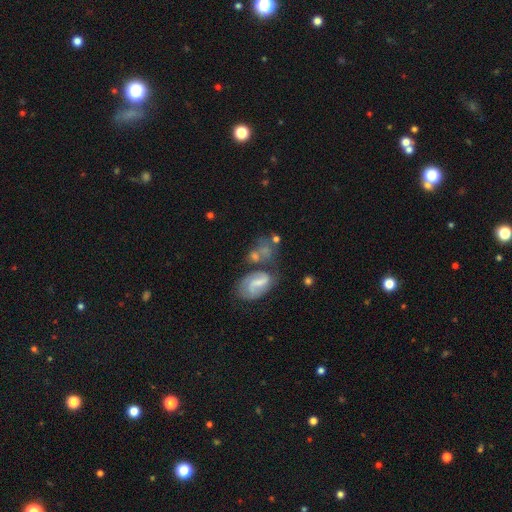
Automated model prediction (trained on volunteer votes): Overall: featured or disk (54%; smooth 29%). Edge-on disk: no (92%). Merging: none (42%; merger 32%).